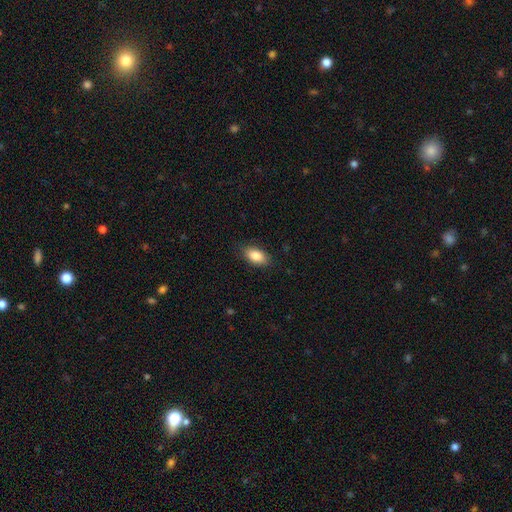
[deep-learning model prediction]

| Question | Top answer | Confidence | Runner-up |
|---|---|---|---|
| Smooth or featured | smooth | 86% | star or artifact (7%) |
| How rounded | in between | 90% | round (6%) |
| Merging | none | 84% | minor disturbance (12%) |